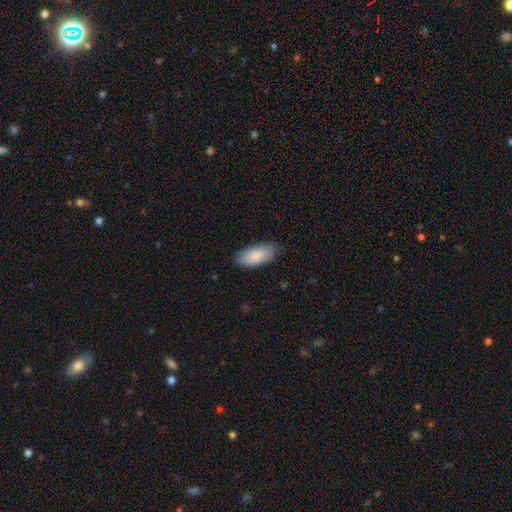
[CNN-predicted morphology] Smooth or featured: smooth — 87% (featured or disk — 7%)
How rounded: in between — 89% (cigar-shaped — 9%)
Merging: none — 85% (minor disturbance — 11%)